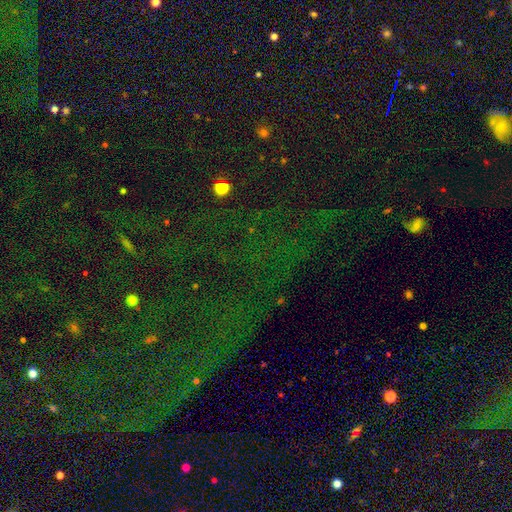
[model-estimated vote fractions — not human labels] The model was most divided on "smooth or featured": star or artifact: 74%, smooth: 16%, featured or disk: 10%.